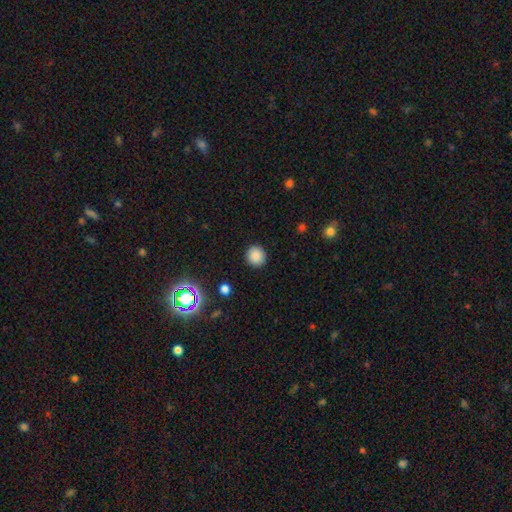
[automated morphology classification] Overall: smooth (86%). How rounded: round (90%). Merging: none (91%).